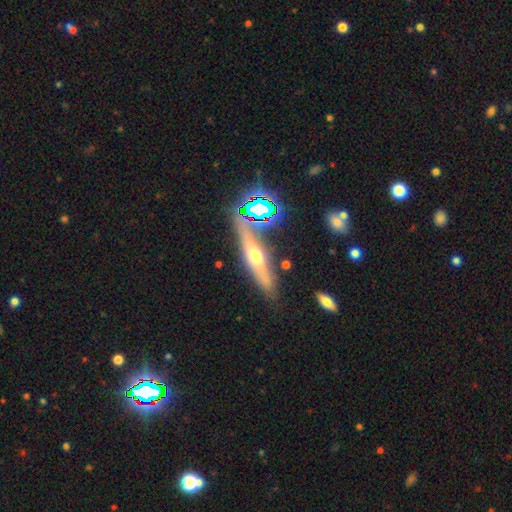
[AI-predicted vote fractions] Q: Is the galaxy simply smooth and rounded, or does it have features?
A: featured or disk — 52%.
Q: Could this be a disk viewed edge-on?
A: yes — 85%.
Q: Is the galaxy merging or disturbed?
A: none — 78%.